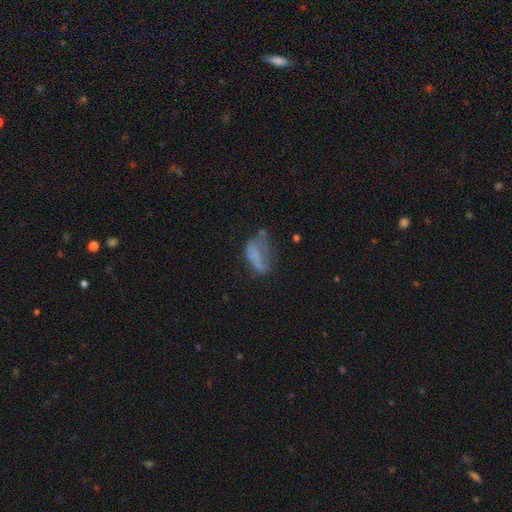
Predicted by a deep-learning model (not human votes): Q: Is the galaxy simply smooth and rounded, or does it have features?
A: smooth — 54%.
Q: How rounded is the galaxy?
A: in between — 87%.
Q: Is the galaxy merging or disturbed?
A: major disturbance — 34%.